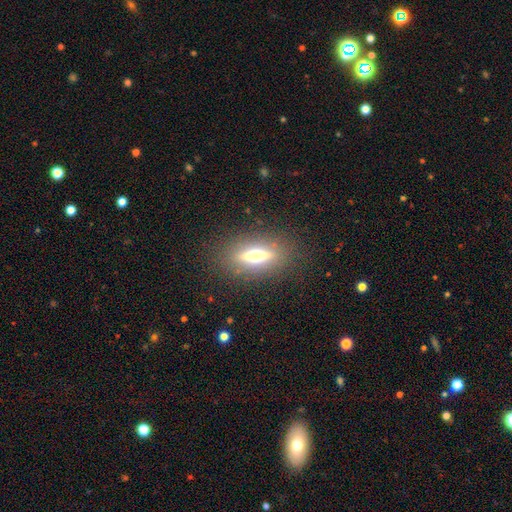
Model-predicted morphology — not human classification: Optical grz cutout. It shows a featured or disk galaxy (45%). Merging: none (84%).